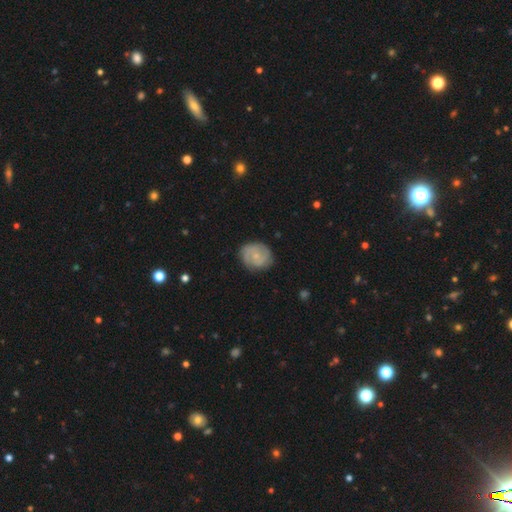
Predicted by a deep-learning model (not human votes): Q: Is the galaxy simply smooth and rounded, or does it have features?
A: featured or disk — 59%.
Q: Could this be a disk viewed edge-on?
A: no — 98%.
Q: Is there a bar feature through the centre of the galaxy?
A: no — 69%.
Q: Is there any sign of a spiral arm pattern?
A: yes — 87%.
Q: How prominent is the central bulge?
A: small — 67%.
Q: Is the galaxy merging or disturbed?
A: none — 80%.